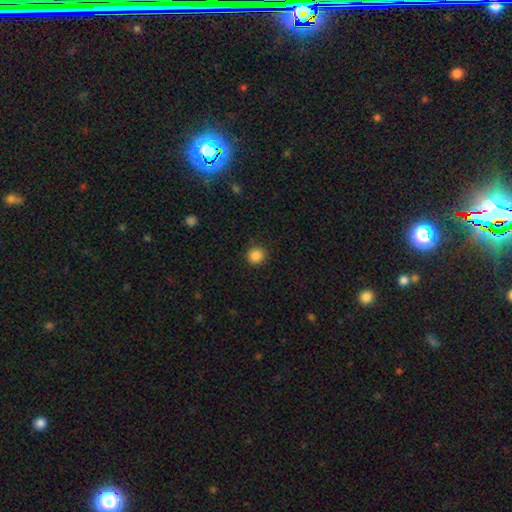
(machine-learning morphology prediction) Q: Smooth or featured?
A: smooth (86%); runner-up: star or artifact (10%)
Q: How rounded?
A: round (91%); runner-up: in between (8%)
Q: Merging?
A: none (91%); runner-up: minor disturbance (6%)